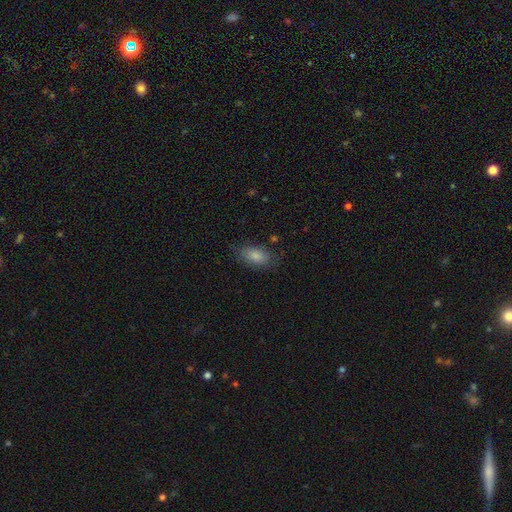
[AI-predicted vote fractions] smooth 85%, featured or disk 8%, star or artifact 7%. Down the decision tree: how rounded — in between (92%); merging — none (77%).